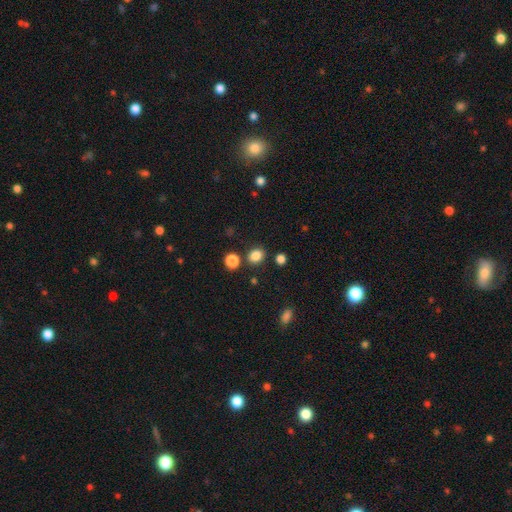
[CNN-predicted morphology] The model was most divided on "how rounded": round: 64%, in between: 35%, cigar-shaped: 1%. More confident: smooth or featured — smooth (84%); merging — none (83%).